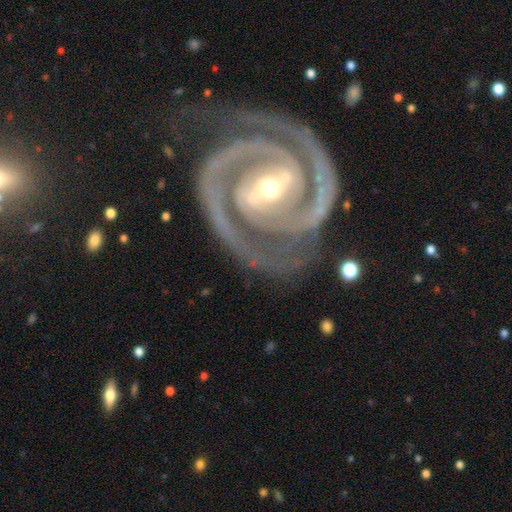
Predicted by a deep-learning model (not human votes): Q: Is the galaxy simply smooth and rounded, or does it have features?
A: featured or disk — 93%.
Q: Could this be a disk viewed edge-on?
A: no — 97%.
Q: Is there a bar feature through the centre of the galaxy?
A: strong — 58%.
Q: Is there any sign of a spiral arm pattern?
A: yes — 98%.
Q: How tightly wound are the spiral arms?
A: tight — 67%.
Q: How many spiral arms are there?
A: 2 — 88%.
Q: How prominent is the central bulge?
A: small — 56%.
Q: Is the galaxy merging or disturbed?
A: none — 75%.